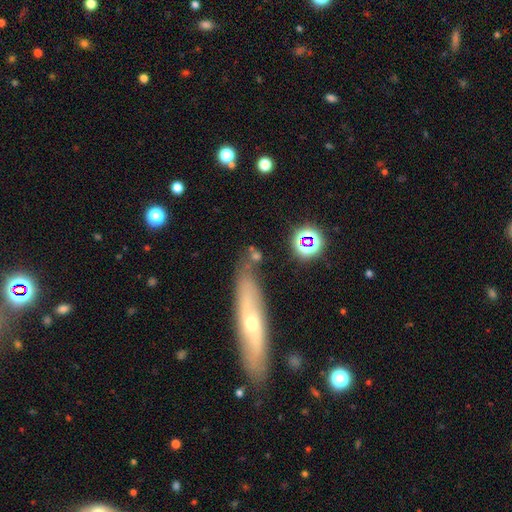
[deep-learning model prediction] Smooth or featured?
  - smooth: 56% *
  - star or artifact: 27%
  - featured or disk: 17%
How rounded?
  - in between: 36% *
  - round: 34%
  - cigar-shaped: 31%
Merging?
  - none: 59% *
  - merger: 17%
  - minor disturbance: 15%
  - major disturbance: 9%